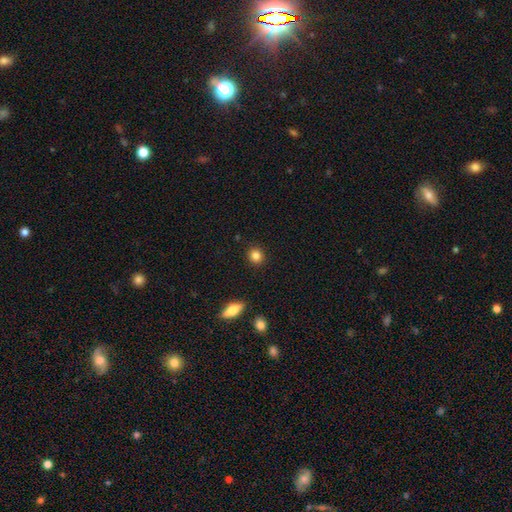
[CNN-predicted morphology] This is clearly a smooth galaxy (85%). How rounded: clearly round (84%). Merging: clearly none (91%).